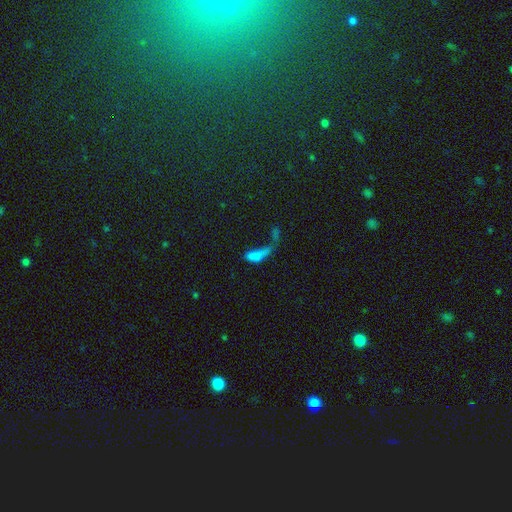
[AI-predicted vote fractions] This is likely a smooth galaxy (67%). How rounded: likely in between (70%). Merging: marginally major disturbance (42%).